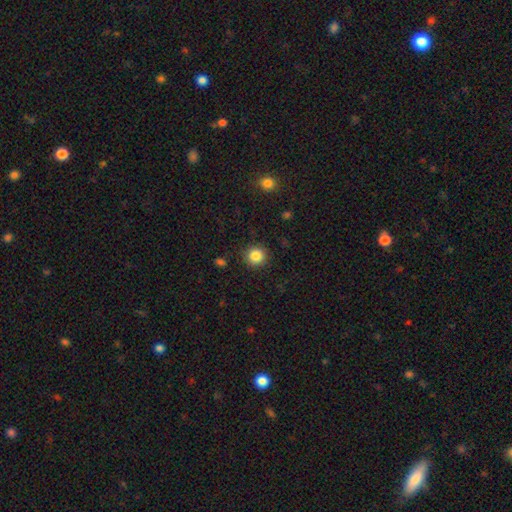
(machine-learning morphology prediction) smooth_or_featured: smooth (p=0.85) [alt: star or artifact p=0.10]
how_rounded: round (p=0.93) [alt: in between p=0.06]
merging: none (p=0.90) [alt: minor disturbance p=0.07]